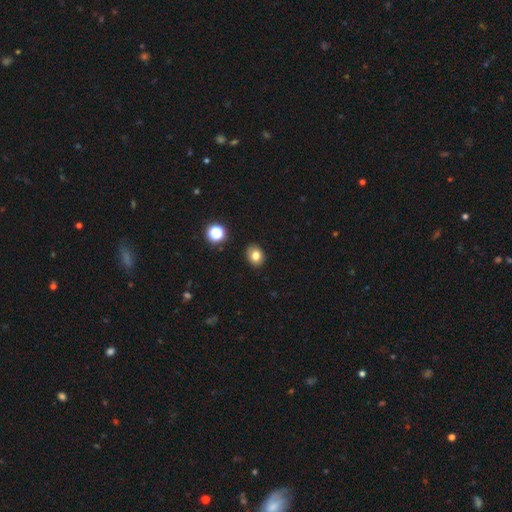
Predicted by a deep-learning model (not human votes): A smooth galaxy with no disk features (79%) that is round (56%).

Vote fractions:
- Smooth or featured? smooth: 79% / star or artifact: 12% / featured or disk: 9%
- How rounded? round: 56% / in between: 43% / cigar-shaped: 1%
- Merging? none: 88% / minor disturbance: 8% / major disturbance: 2% / merger: 2%